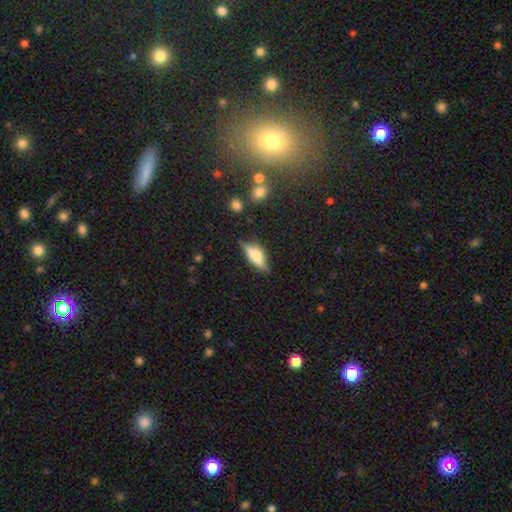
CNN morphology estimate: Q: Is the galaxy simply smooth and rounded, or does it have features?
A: featured or disk — 46%.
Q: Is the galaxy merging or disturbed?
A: none — 69%.